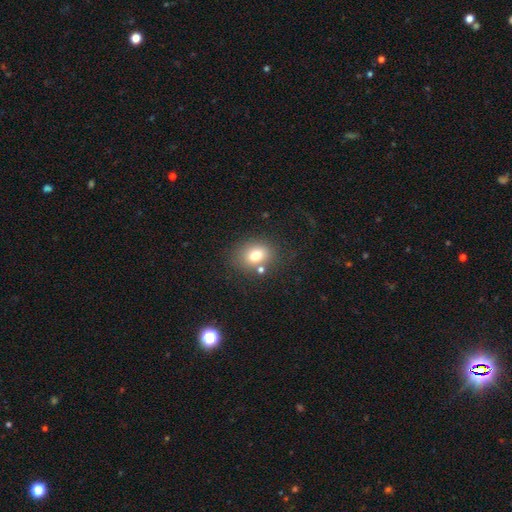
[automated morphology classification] This is likely a smooth galaxy (76%). How rounded: possibly in between (51%). Merging: likely none (71%).